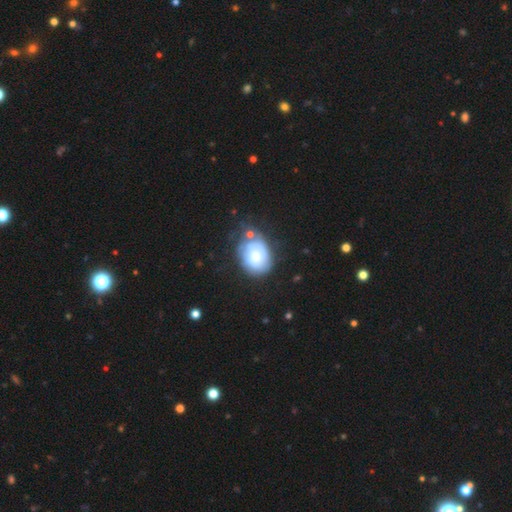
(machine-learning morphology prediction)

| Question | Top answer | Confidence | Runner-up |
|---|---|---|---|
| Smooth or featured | smooth | 54% | featured or disk (38%) |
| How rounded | in between | 58% | round (41%) |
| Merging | none | 45% | minor disturbance (29%) |